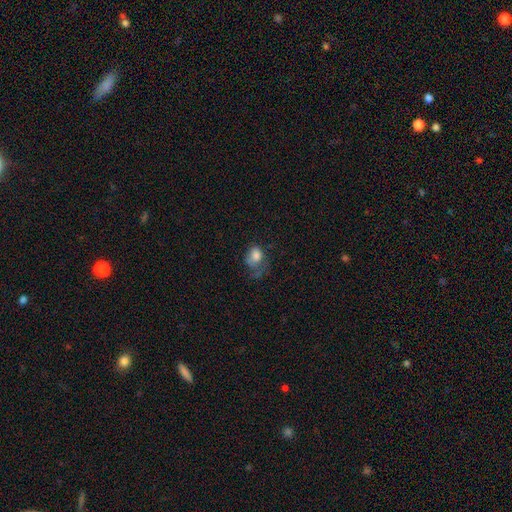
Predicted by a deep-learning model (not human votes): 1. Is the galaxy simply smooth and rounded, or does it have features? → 73% smooth, 18% featured or disk, 10% star or artifact.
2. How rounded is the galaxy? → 66% in between, 33% round, 1% cigar-shaped.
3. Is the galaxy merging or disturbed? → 43% major disturbance, 28% none, 25% minor disturbance, 4% merger.